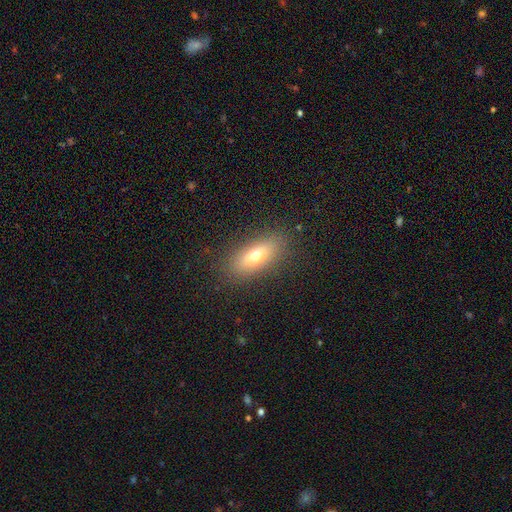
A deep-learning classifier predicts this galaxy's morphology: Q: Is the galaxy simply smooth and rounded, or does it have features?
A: smooth — 67%.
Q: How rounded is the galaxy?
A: in between — 68%.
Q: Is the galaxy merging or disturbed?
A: none — 87%.